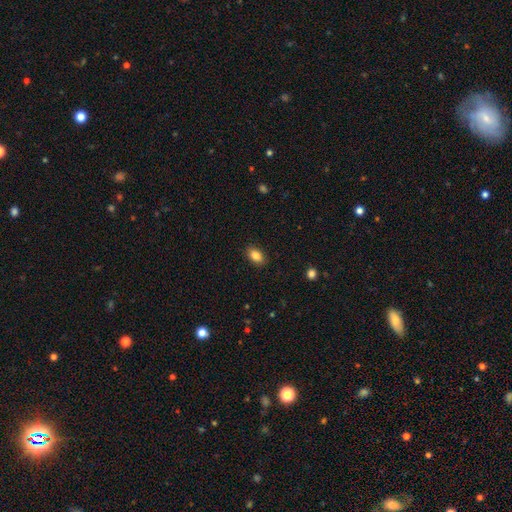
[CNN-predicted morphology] This appears to be a smooth galaxy with no disk features (86%) that is in between round and cigar-shaped (89%). Merging: none (89%).